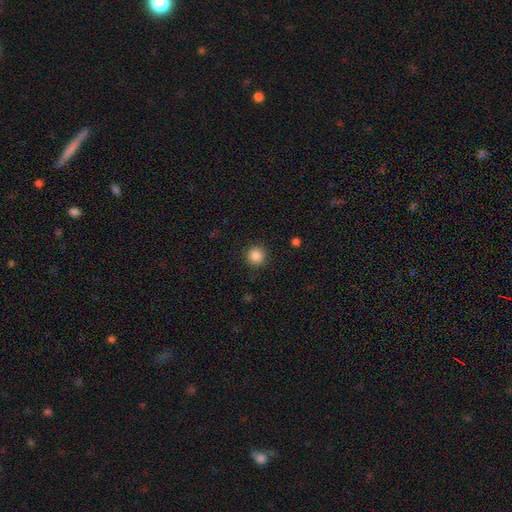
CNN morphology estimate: smooth 87%, star or artifact 10%, featured or disk 3%. Down the decision tree: how rounded — round (94%); merging — none (91%).